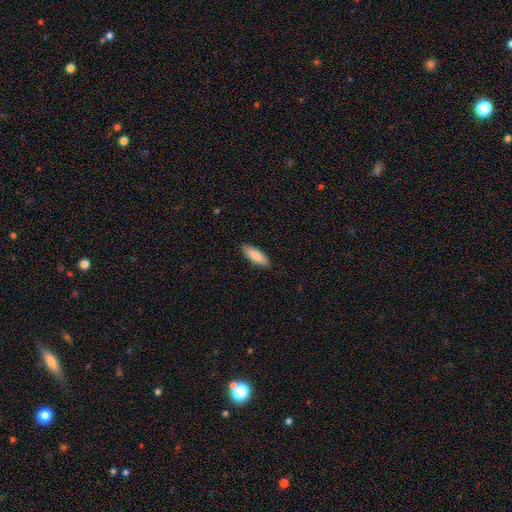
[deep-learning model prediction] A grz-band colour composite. It shows a smooth galaxy with no disk features (88%) that is in between round and cigar-shaped (64%). Merging: none (88%).